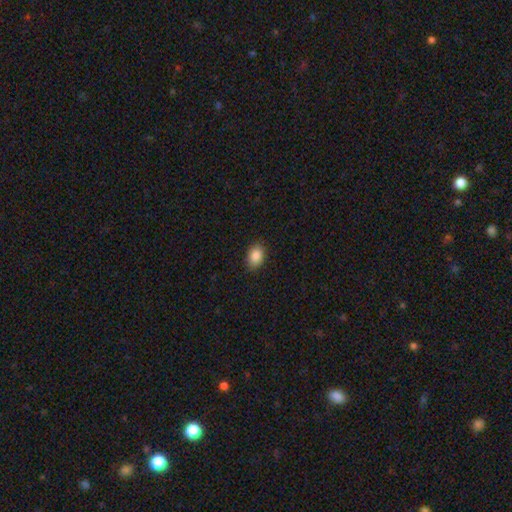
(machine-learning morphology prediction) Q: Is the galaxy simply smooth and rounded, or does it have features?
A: smooth — 88%.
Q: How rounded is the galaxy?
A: in between — 80%.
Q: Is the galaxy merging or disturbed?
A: none — 88%.